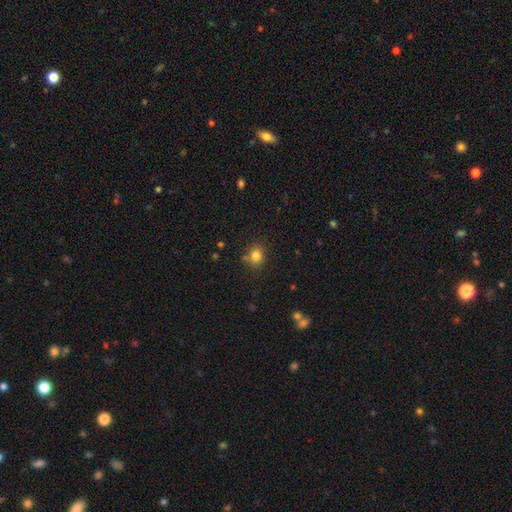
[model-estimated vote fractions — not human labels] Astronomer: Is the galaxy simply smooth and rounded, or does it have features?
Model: smooth — 81%.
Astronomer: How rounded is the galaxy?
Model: round — 67%.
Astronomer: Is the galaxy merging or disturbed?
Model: none — 77%.